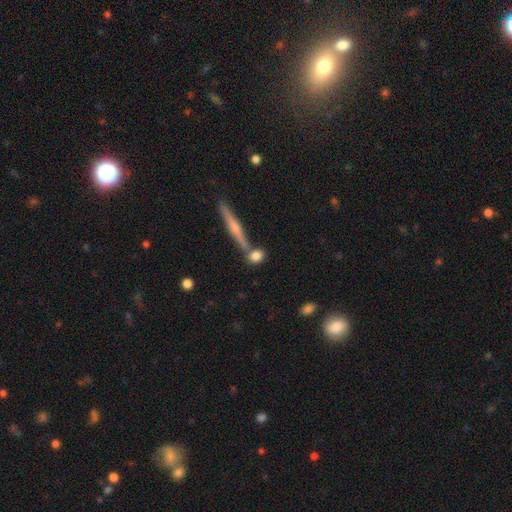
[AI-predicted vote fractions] Smooth or featured? Predicted: smooth (p=0.76). How rounded? Predicted: round (p=0.54). Merging? Predicted: none (p=0.64).